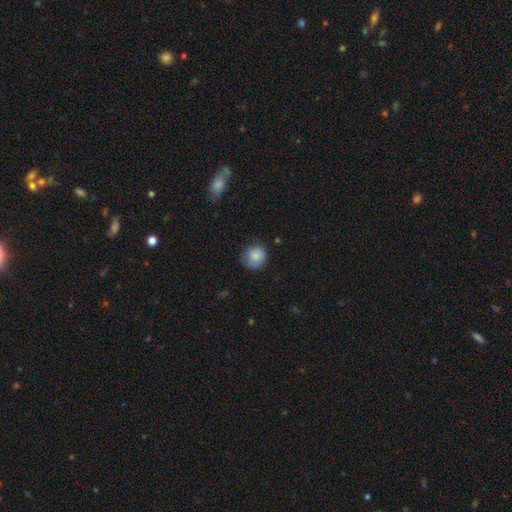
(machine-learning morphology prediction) A smooth galaxy with no disk features (83%) that is round (87%).

Vote fractions:
- Smooth or featured? smooth: 83% / featured or disk: 9% / star or artifact: 8%
- How rounded? round: 87% / in between: 12% / cigar-shaped: 1%
- Merging? none: 71% / minor disturbance: 22% / major disturbance: 5% / merger: 1%